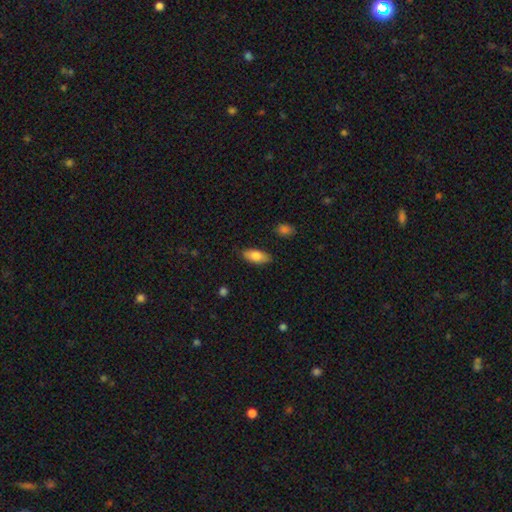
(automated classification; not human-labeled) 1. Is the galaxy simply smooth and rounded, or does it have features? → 82% smooth, 12% featured or disk, 7% star or artifact.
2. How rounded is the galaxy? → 88% in between, 10% cigar-shaped, 2% round.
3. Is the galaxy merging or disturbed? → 83% none, 13% minor disturbance, 2% major disturbance, 1% merger.